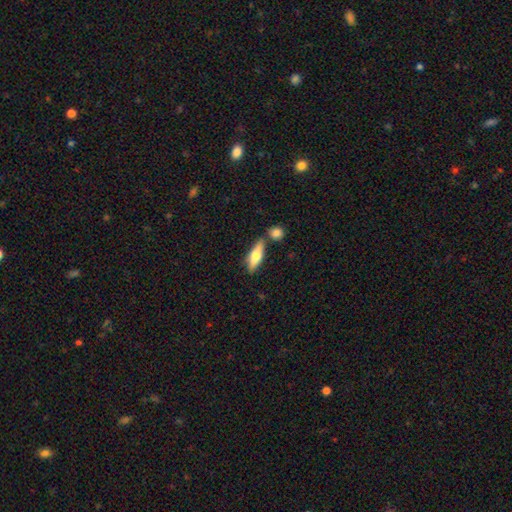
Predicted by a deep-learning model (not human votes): smooth_or_featured: smooth (p=0.59) [alt: featured or disk p=0.35]
how_rounded: in between (p=0.51) [alt: cigar-shaped p=0.46]
merging: none (p=0.69) [alt: merger p=0.16]